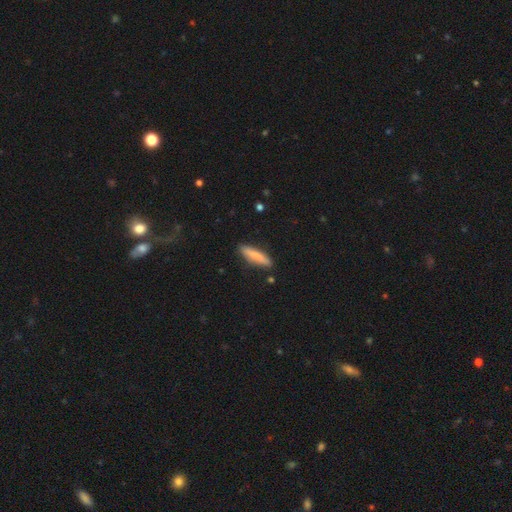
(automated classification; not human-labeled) The model was most divided on "smooth or featured": smooth: 77%, featured or disk: 17%, star or artifact: 6%. More confident: merging — none (87%); how rounded — cigar-shaped (83%).